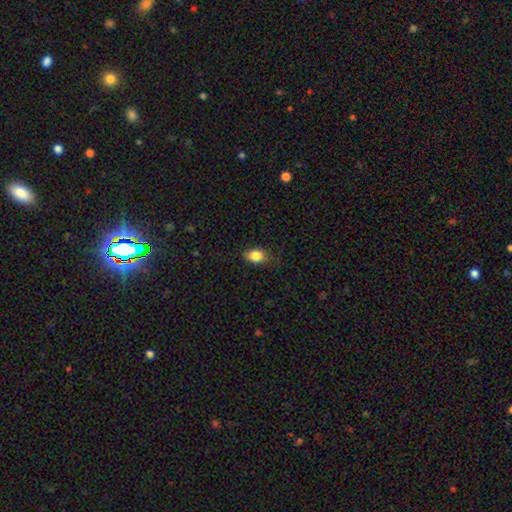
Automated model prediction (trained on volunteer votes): A smooth galaxy with no disk features (84%) that is in between round and cigar-shaped (71%).

Vote fractions:
- Smooth or featured? smooth: 84% / star or artifact: 9% / featured or disk: 7%
- How rounded? in between: 71% / round: 27% / cigar-shaped: 1%
- Merging? none: 81% / minor disturbance: 15% / major disturbance: 3% / merger: 1%